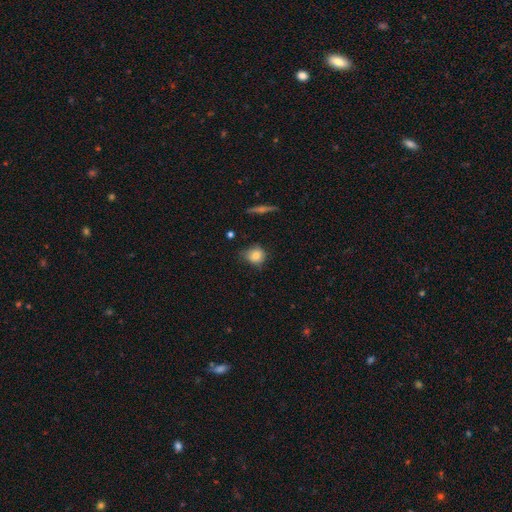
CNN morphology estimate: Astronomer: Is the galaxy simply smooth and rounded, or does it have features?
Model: smooth — 78%.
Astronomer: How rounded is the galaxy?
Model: round — 79%.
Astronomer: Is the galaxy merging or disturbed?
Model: none — 62%.